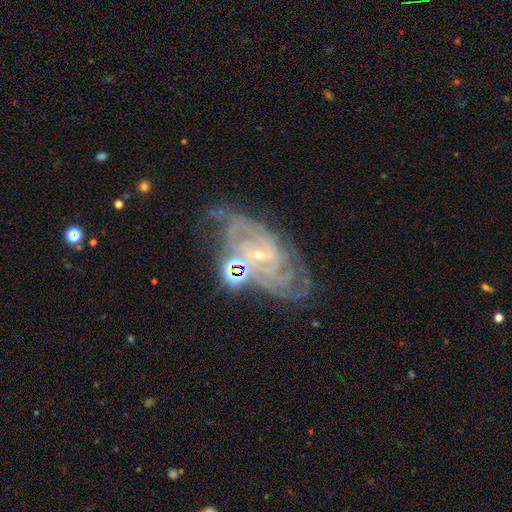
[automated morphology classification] A featured or disk galaxy (83%) with no bar (44%), tight (57%) spiral arms (94%) and a small central bulge (80%).

Vote fractions:
- Smooth or featured? featured or disk: 83% / star or artifact: 10% / smooth: 7%
- Edge-on disk? no: 95% / yes: 5%
- Bar? no: 44% / weak: 40% / strong: 16%
- Spiral arms? yes: 94% / no: 6%
- Spiral winding? tight: 57% / medium: 33% / loose: 10%
- Spiral arm count? can't tell: 35% / 2: 20% / 3: 16% / 4: 14% / more than 4: 9% / 1: 7%
- Bulge size? small: 80% / moderate: 14% / none: 4% / large: 1% / dominant: 1%
- Merging? none: 49% / minor disturbance: 20% / merger: 16% / major disturbance: 14%